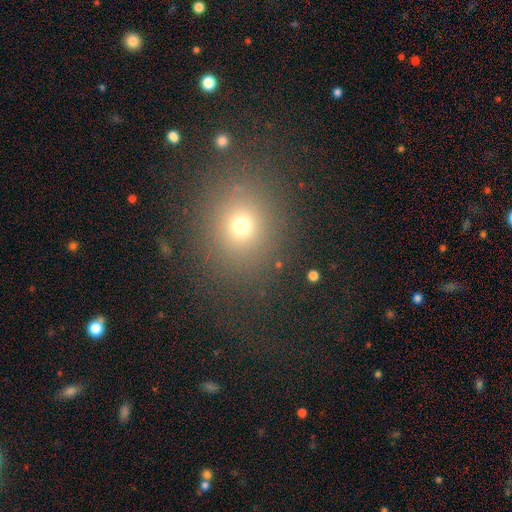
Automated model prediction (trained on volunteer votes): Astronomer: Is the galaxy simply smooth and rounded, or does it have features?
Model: smooth — 63%.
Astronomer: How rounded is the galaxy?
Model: round — 71%.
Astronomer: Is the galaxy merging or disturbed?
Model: none — 81%.